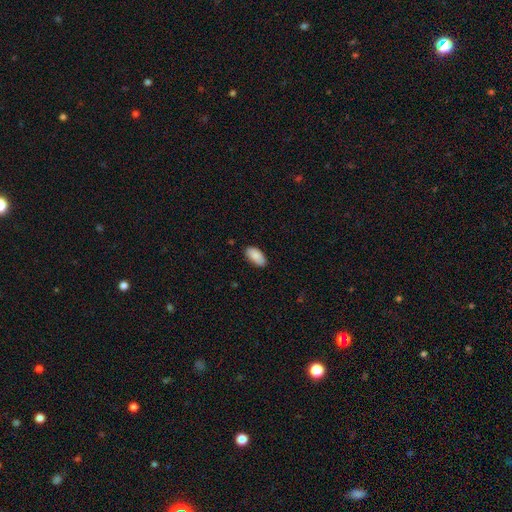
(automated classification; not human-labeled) smooth-or-featured: smooth: 89% | star or artifact: 6% | featured or disk: 5%
  how-rounded: in between: 94% | cigar-shaped: 4% | round: 2%
  merging: none: 84% | minor disturbance: 13% | major disturbance: 2% | merger: 1%